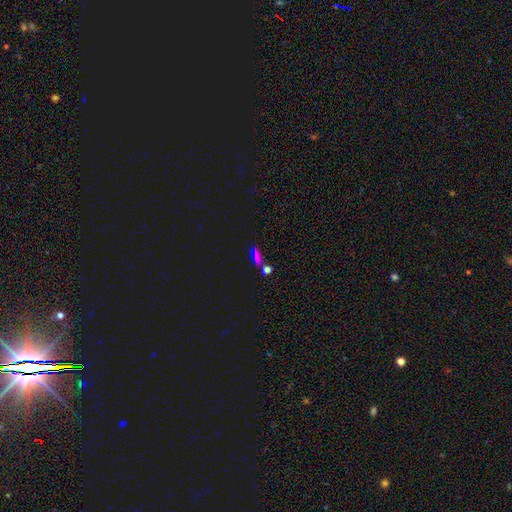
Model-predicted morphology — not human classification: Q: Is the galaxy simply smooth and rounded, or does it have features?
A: smooth — 57%.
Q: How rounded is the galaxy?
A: cigar-shaped — 51%.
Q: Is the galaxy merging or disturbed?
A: none — 66%.